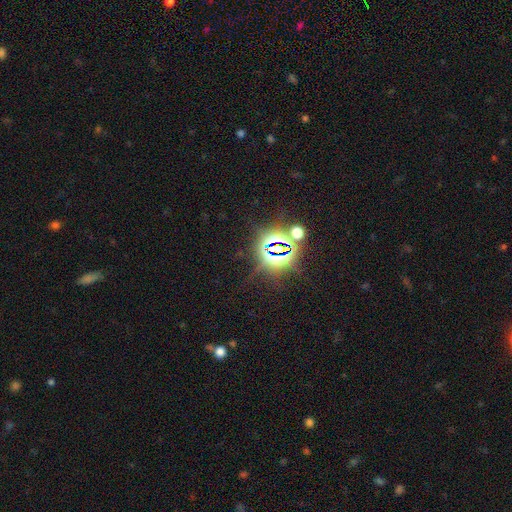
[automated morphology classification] This appears to be a star or artifact, not a galaxy (81%).